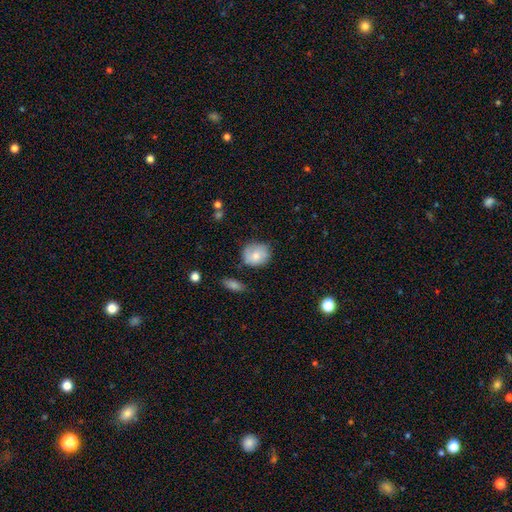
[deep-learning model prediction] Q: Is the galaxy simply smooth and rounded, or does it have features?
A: smooth — 71%.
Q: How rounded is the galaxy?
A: round — 68%.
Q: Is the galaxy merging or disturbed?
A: none — 60%.